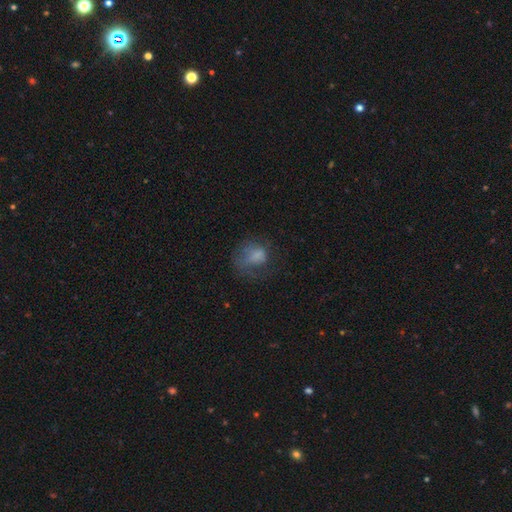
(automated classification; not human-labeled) A smooth galaxy with no disk features (63%) that is in between round and cigar-shaped (50%).

Vote fractions:
- Smooth or featured? smooth: 63% / featured or disk: 24% / star or artifact: 13%
- How rounded? in between: 50% / round: 49% / cigar-shaped: 1%
- Merging? major disturbance: 42% / none: 34% / minor disturbance: 23% / merger: 2%